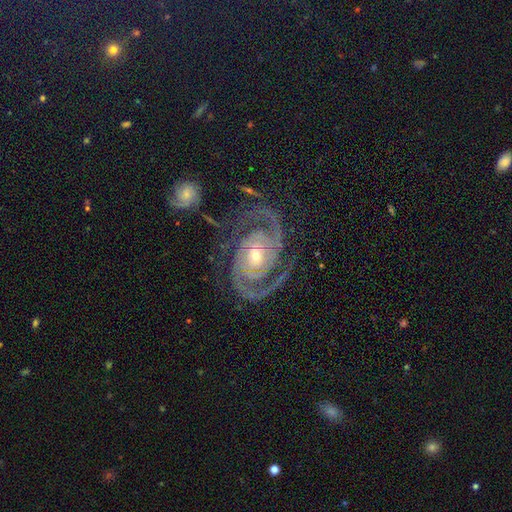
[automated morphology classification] Smooth or featured? featured or disk (93%)
Edge-on disk? no (98%)
Bar? no (58%)
Spiral arms? yes (99%)
Spiral winding? tight (57%)
Spiral arm count? 2 (85%)
Bulge size? small (53%)
Merging? none (72%)